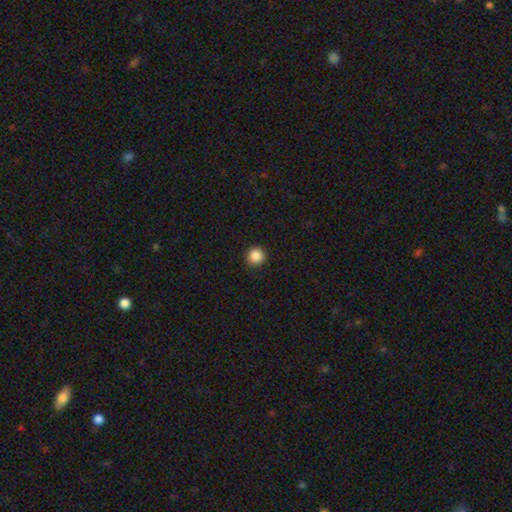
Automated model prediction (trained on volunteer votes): The model was most divided on "smooth or featured": smooth: 87%, star or artifact: 10%, featured or disk: 3%. More confident: how rounded — round (96%); merging — none (92%).